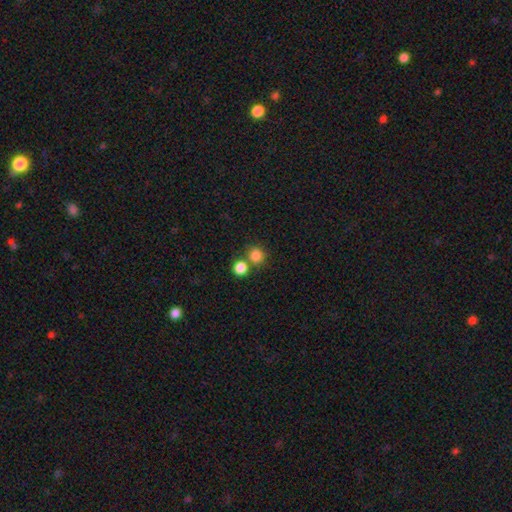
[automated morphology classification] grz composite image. It shows a smooth galaxy with no disk features (83%) that is round (89%). Merging: none (63%).